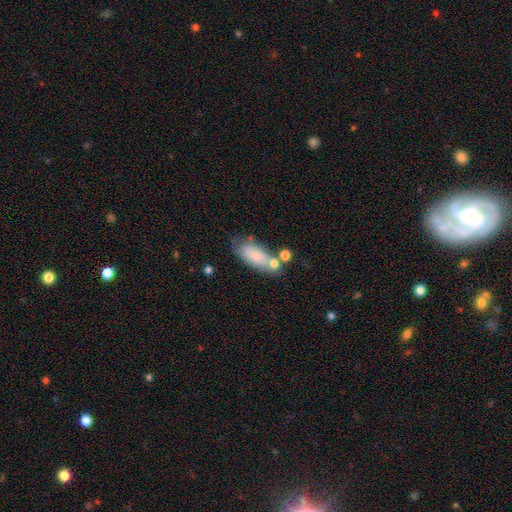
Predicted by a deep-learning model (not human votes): This is likely a smooth galaxy (75%). How rounded: likely in between (79%). Merging: possibly none (49%).